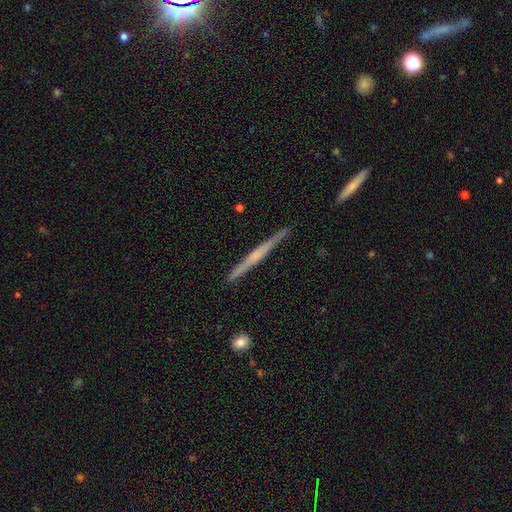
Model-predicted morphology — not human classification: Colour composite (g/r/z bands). It shows a featured or disk galaxy (65%) viewed edge-on (98%) with no central bulge (51%). Merging: none (90%).